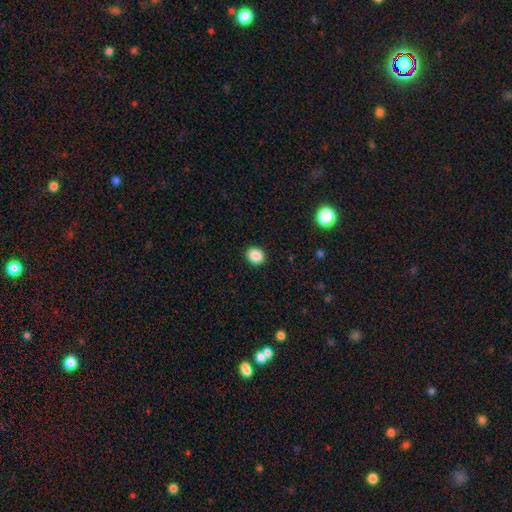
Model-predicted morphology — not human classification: This is clearly a smooth galaxy (87%). How rounded: likely round (69%). Merging: clearly none (92%).